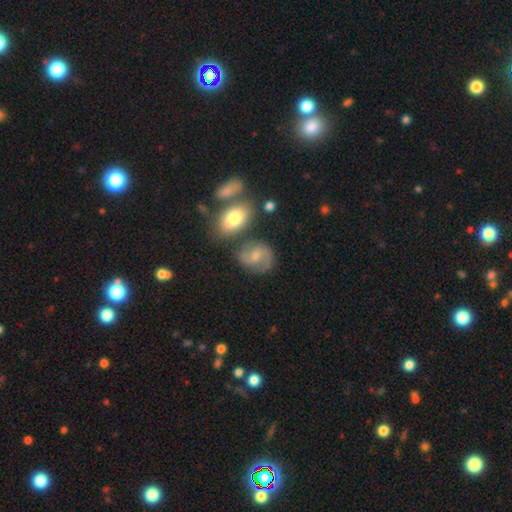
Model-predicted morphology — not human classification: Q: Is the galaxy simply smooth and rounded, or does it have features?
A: featured or disk — 65%.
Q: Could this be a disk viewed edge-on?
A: no — 97%.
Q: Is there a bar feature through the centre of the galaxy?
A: no — 49%.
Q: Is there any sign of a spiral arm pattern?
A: yes — 90%.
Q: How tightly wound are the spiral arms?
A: medium — 51%.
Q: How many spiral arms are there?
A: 2 — 82%.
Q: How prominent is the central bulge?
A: small — 56%.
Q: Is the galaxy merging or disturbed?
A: none — 65%.